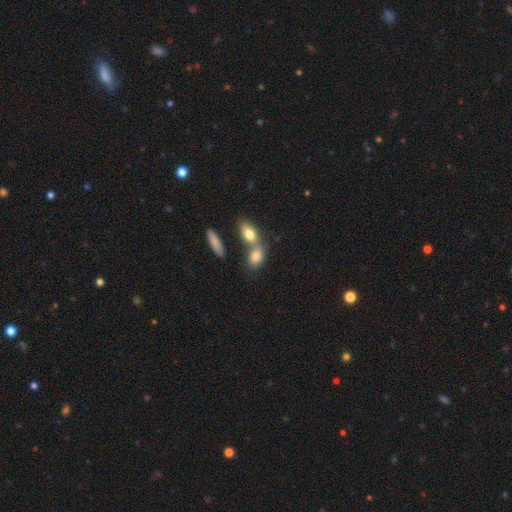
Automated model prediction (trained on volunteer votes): smooth_or_featured: smooth (p=0.78) [alt: featured or disk p=0.13]
how_rounded: in between (p=0.76) [alt: round p=0.18]
merging: merger (p=0.52) [alt: none p=0.35]